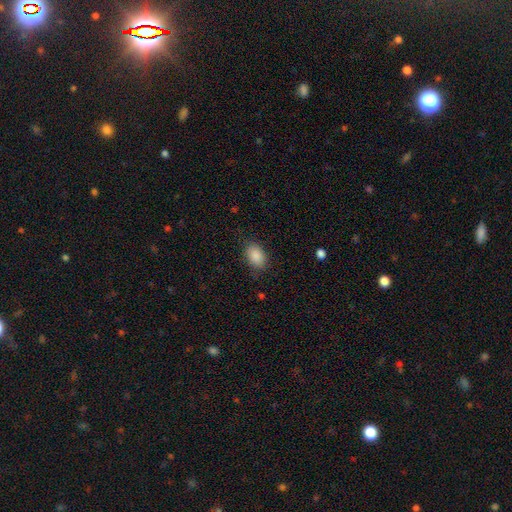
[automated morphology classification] This is clearly a smooth galaxy (88%). How rounded: clearly in between (85%). Merging: clearly none (81%).